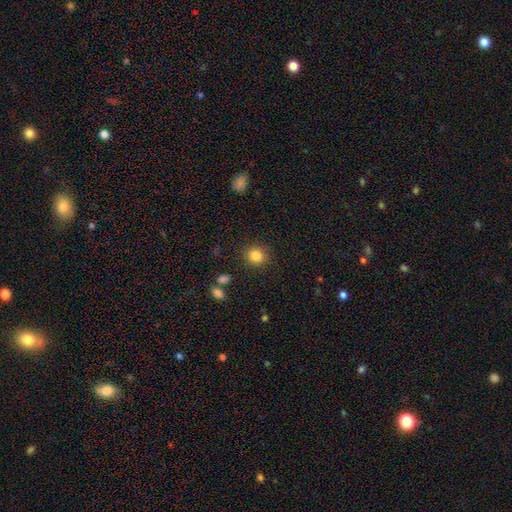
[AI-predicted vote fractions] This appears to be a smooth galaxy with no disk features (83%) that is round (86%). Merging: none (89%).